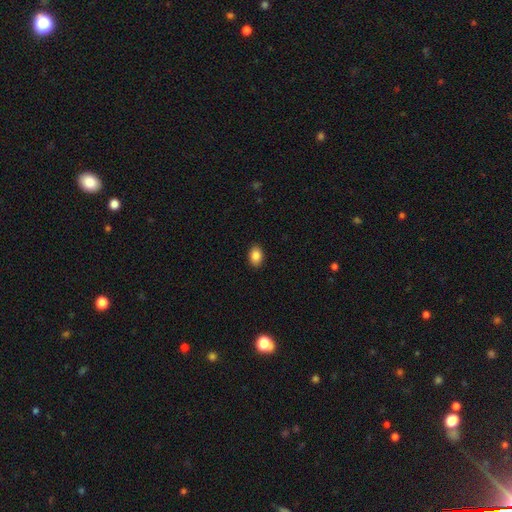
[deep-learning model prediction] Q: Smooth or featured?
A: smooth (87%); runner-up: star or artifact (8%)
Q: How rounded?
A: in between (81%); runner-up: round (18%)
Q: Merging?
A: none (90%); runner-up: minor disturbance (7%)